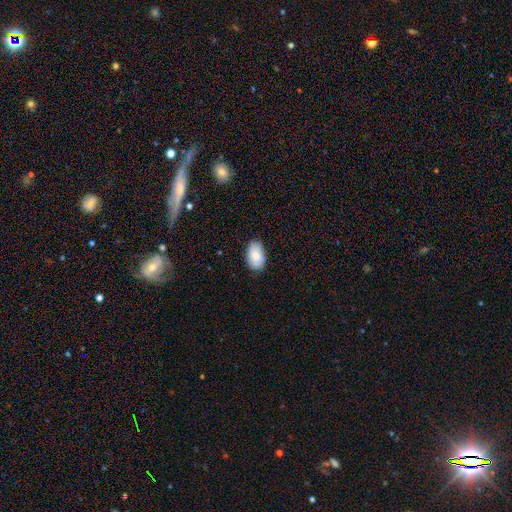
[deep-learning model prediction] Smooth or featured?
  - smooth: 82% *
  - featured or disk: 12%
  - star or artifact: 7%
How rounded?
  - in between: 93% *
  - round: 6%
  - cigar-shaped: 1%
Merging?
  - none: 82% *
  - minor disturbance: 15%
  - major disturbance: 3%
  - merger: 1%